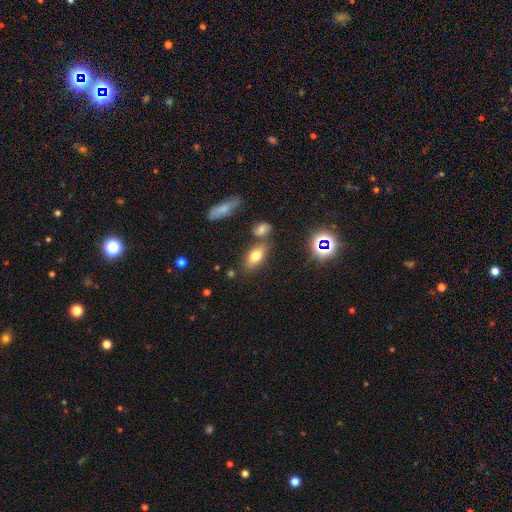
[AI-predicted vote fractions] This is likely a smooth galaxy (71%). How rounded: clearly in between (85%). Merging: likely none (71%).